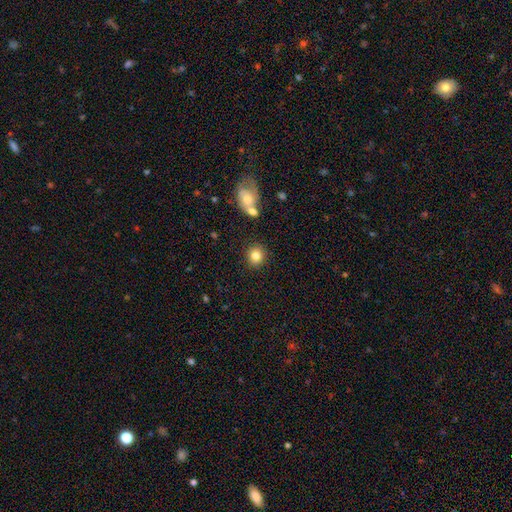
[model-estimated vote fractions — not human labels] smooth 82%, star or artifact 10%, featured or disk 8%. Down the decision tree: how rounded — round (83%); merging — none (84%).